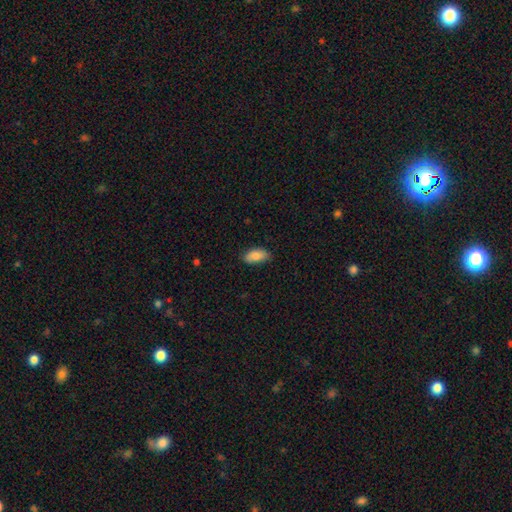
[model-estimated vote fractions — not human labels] Smooth or featured?
  - smooth: 86% *
  - featured or disk: 8%
  - star or artifact: 7%
How rounded?
  - in between: 92% *
  - cigar-shaped: 5%
  - round: 3%
Merging?
  - none: 80% *
  - minor disturbance: 17%
  - major disturbance: 3%
  - merger: 1%